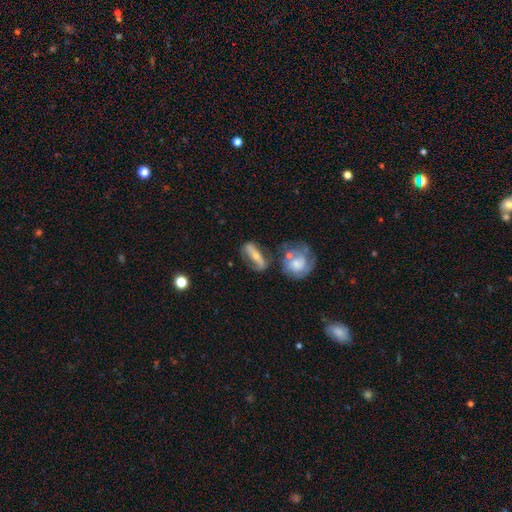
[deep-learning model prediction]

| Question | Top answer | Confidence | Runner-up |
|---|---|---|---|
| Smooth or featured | featured or disk | 62% | smooth (31%) |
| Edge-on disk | no | 77% | yes (23%) |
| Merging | none | 53% | minor disturbance (19%) |